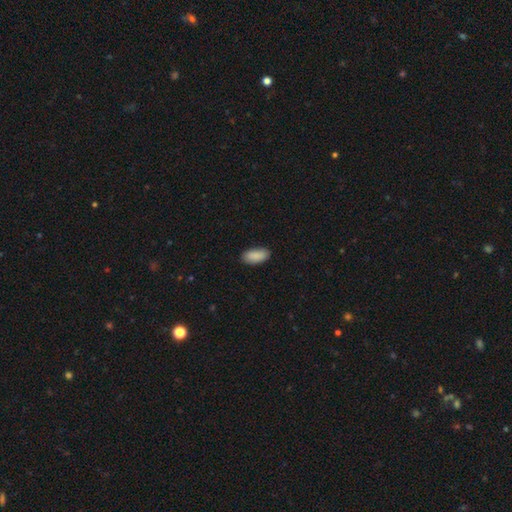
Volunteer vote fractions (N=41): Volunteers were most divided on "how rounded": in between: 92%, cigar-shaped: 8%, round: 0%. More confident: merging — none (97%); smooth or featured — smooth (93%).